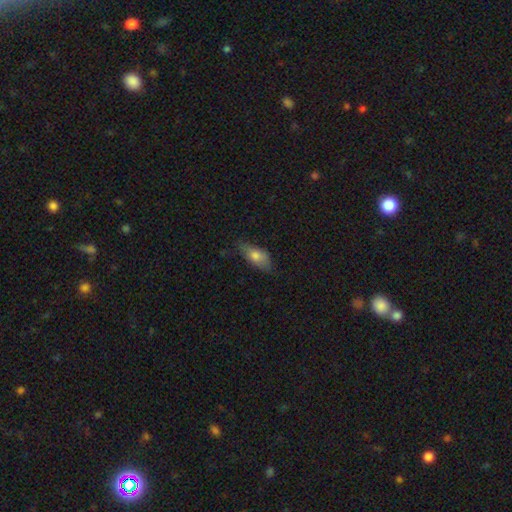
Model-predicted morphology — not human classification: Overall: smooth (72%). How rounded: in between (82%). Merging: none (63%; minor disturbance 29%).